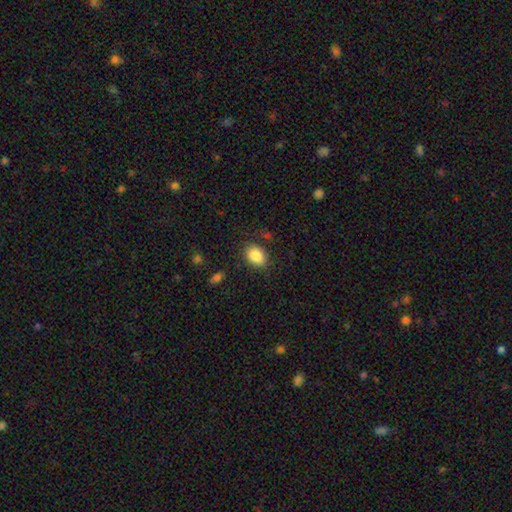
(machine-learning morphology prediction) This appears to be a smooth galaxy with no disk features (87%) that is in between round and cigar-shaped (75%). Merging: none (78%).